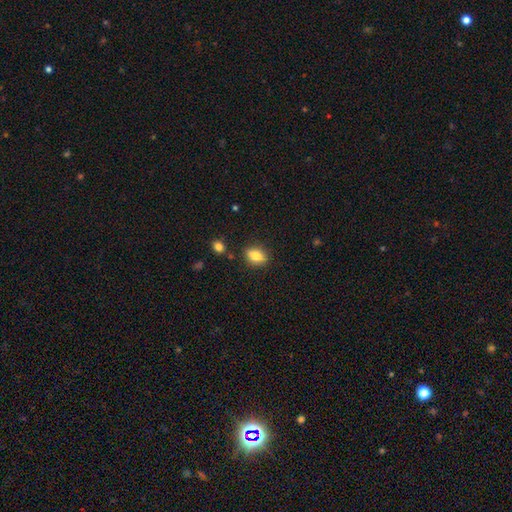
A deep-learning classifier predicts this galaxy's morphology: This is clearly a smooth galaxy (82%). How rounded: likely in between (80%). Merging: clearly none (85%).